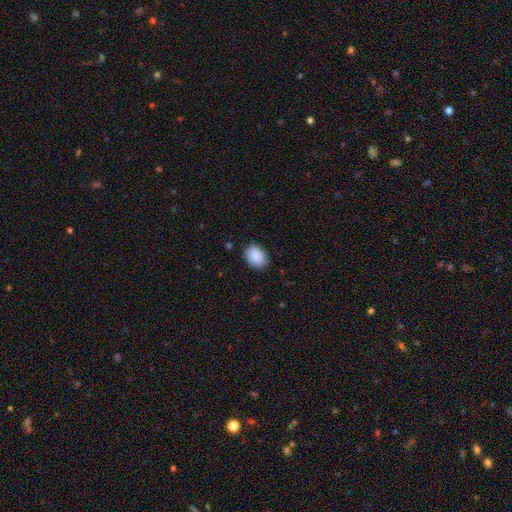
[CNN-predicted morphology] smooth-or-featured: smooth: 90% | star or artifact: 7% | featured or disk: 3%
  how-rounded: in between: 70% | round: 29% | cigar-shaped: 1%
  merging: none: 80% | minor disturbance: 16% | major disturbance: 3% | merger: 1%